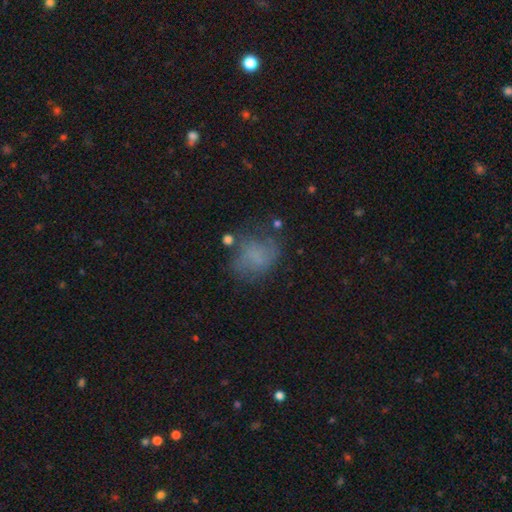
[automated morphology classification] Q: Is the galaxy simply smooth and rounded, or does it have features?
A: smooth — 52%.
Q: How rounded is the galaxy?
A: in between — 55%.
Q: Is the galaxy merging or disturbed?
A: none — 56%.